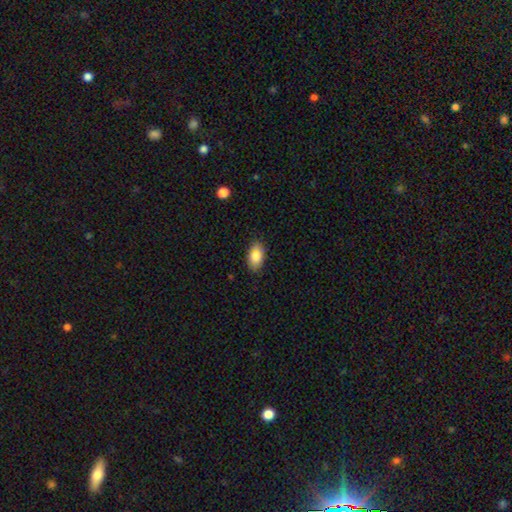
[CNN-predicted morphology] Smooth or featured?
  - smooth: 85% *
  - featured or disk: 8%
  - star or artifact: 7%
How rounded?
  - in between: 92% *
  - round: 6%
  - cigar-shaped: 2%
Merging?
  - none: 85% *
  - minor disturbance: 12%
  - major disturbance: 2%
  - merger: 1%